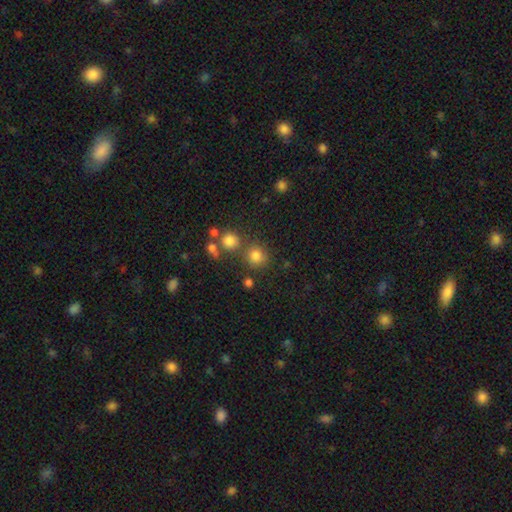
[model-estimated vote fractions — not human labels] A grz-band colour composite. It shows a smooth galaxy with no disk features (79%) that is round (88%). Merging: none (70%).